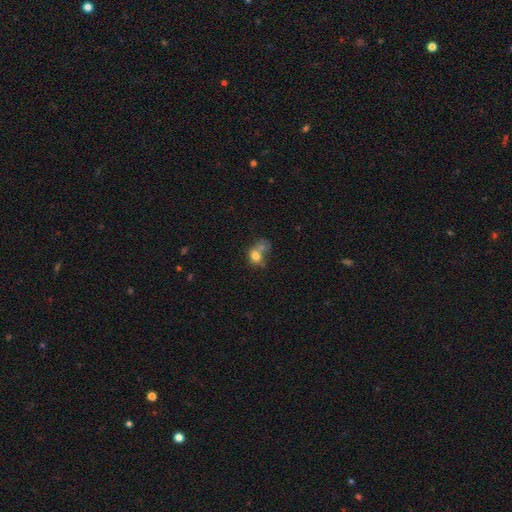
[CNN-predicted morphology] type=smooth (69%); roundness=in between (51%); merging=merger (46%).